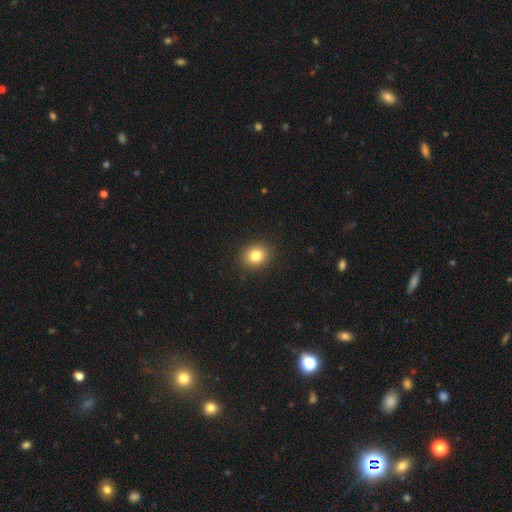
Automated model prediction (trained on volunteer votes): smooth-or-featured: smooth: 82% | star or artifact: 11% | featured or disk: 7%
  how-rounded: round: 69% | in between: 30% | cigar-shaped: 1%
  merging: none: 90% | minor disturbance: 7% | major disturbance: 2% | merger: 1%